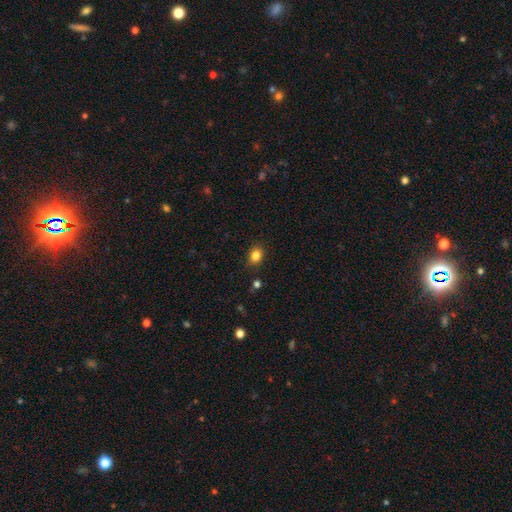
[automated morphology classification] Overall: smooth (84%). How rounded: in between (51%; round 48%). Merging: none (84%).